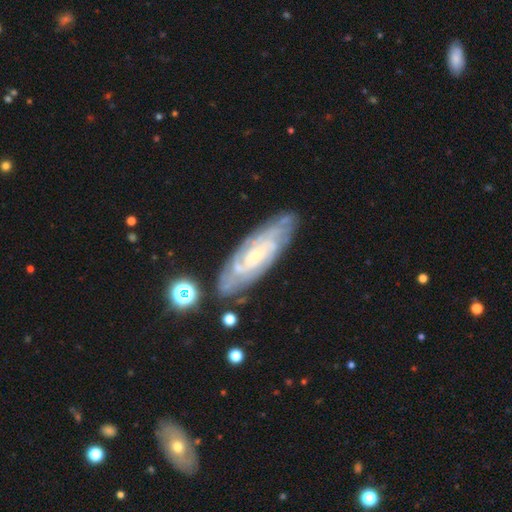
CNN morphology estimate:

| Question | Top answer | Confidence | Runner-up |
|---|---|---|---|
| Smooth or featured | featured or disk | 80% | smooth (14%) |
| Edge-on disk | no | 85% | yes (15%) |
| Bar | no | 56% | weak (34%) |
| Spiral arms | yes | 93% | no (7%) |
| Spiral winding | tight | 69% | medium (26%) |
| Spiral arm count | can't tell | 51% | 2 (18%) |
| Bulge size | small | 61% | moderate (27%) |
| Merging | none | 76% | minor disturbance (16%) |